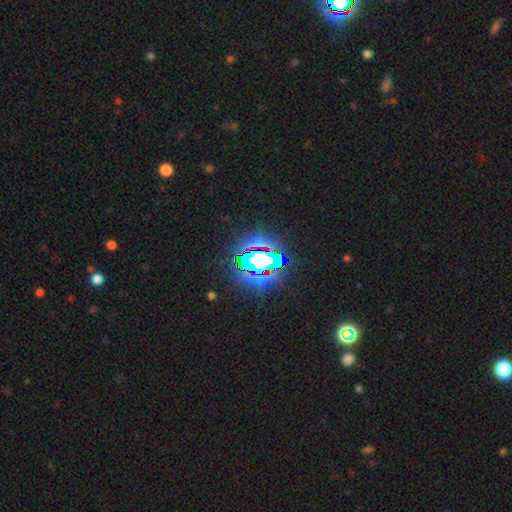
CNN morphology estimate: Smooth or featured?
  - star or artifact: 67% *
  - smooth: 18%
  - featured or disk: 15%